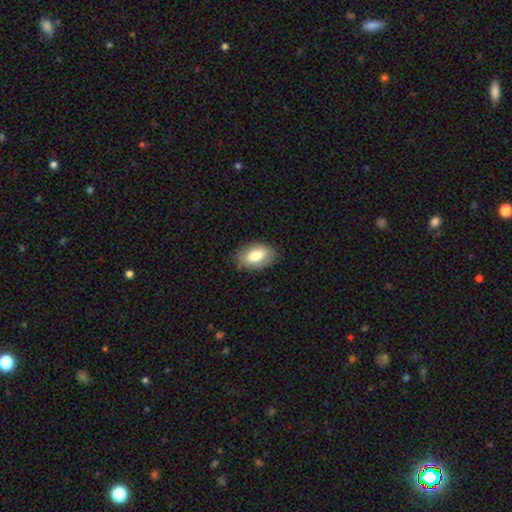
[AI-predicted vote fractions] The model was most divided on "smooth or featured": smooth: 74%, featured or disk: 19%, star or artifact: 7%. More confident: how rounded — in between (90%); merging — none (83%).